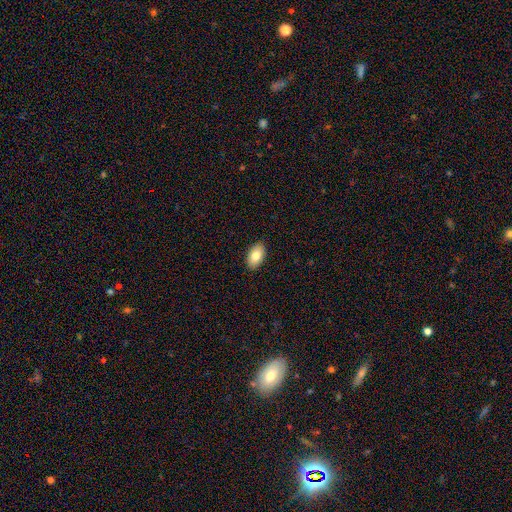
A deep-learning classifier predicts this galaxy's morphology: smooth-or-featured: smooth: 80% | featured or disk: 12% | star or artifact: 7%
  how-rounded: in between: 93% | round: 5% | cigar-shaped: 2%
  merging: none: 90% | minor disturbance: 7% | major disturbance: 2% | merger: 1%